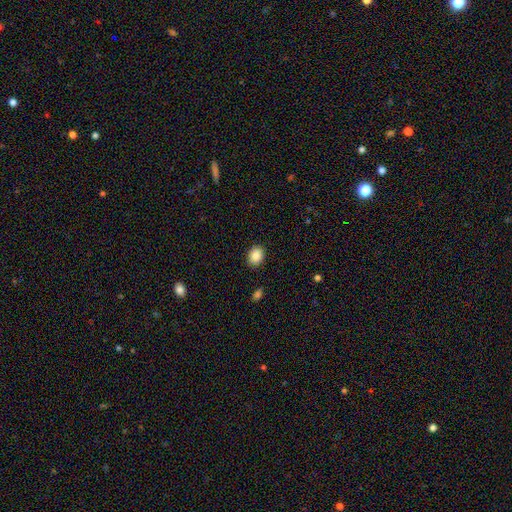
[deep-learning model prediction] A smooth galaxy with no disk features (87%) that is in between round and cigar-shaped (62%). Merging: none (88%).